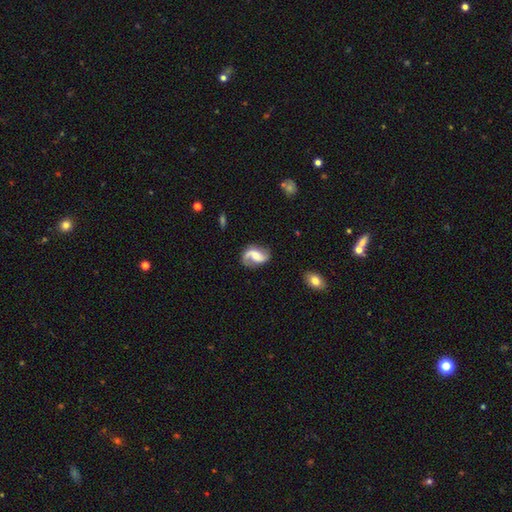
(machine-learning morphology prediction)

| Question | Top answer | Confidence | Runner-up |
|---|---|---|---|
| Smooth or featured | featured or disk | 84% | smooth (10%) |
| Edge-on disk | no | 98% | yes (2%) |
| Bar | weak | 44% | no (37%) |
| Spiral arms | yes | 96% | no (4%) |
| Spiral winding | loose | 58% | medium (34%) |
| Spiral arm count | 2 | 88% | 1 (7%) |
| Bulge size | moderate | 51% | small (29%) |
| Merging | none | 76% | minor disturbance (16%) |